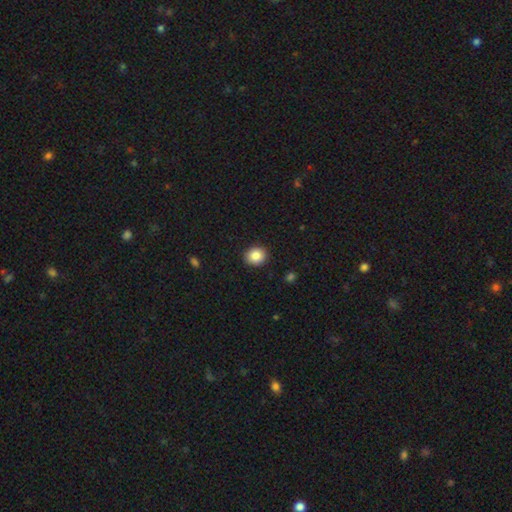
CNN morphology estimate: smooth_or_featured: smooth (p=0.87) [alt: star or artifact p=0.09]
how_rounded: round (p=0.75) [alt: in between p=0.24]
merging: none (p=0.91) [alt: minor disturbance p=0.06]